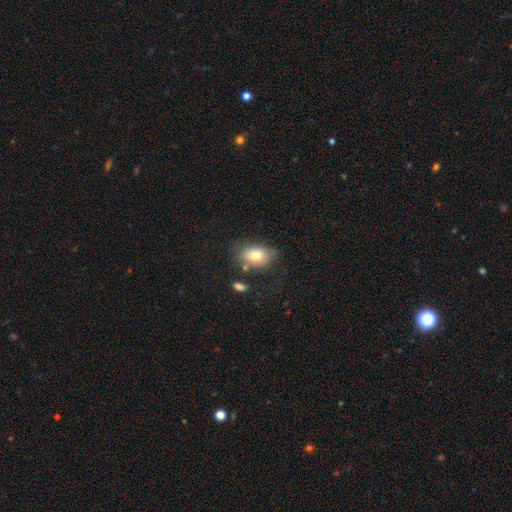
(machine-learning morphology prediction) Smooth or featured: smooth — 76% (featured or disk — 16%)
How rounded: in between — 85% (round — 14%)
Merging: none — 66% (minor disturbance — 21%)